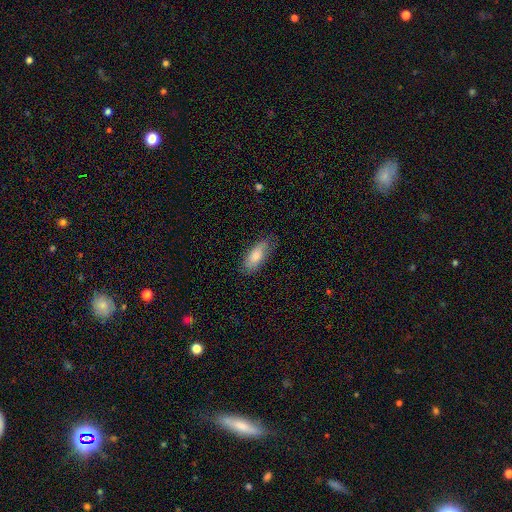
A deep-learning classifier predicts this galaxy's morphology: A smooth galaxy with no disk features (72%) that is in between round and cigar-shaped (79%). Merging: none (77%).